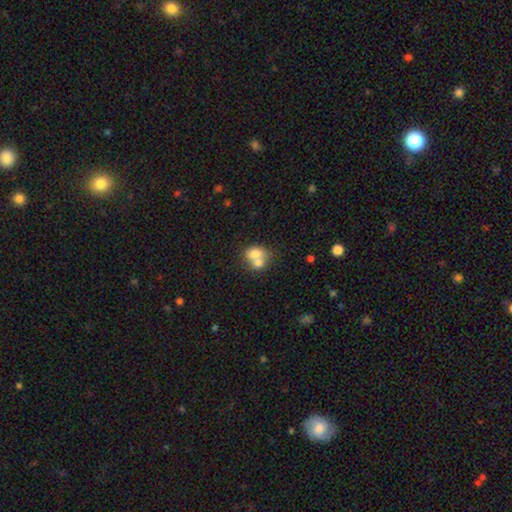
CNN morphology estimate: Q: Smooth or featured?
A: smooth (71%); runner-up: featured or disk (19%)
Q: How rounded?
A: in between (53%); runner-up: round (46%)
Q: Merging?
A: merger (65%); runner-up: none (24%)